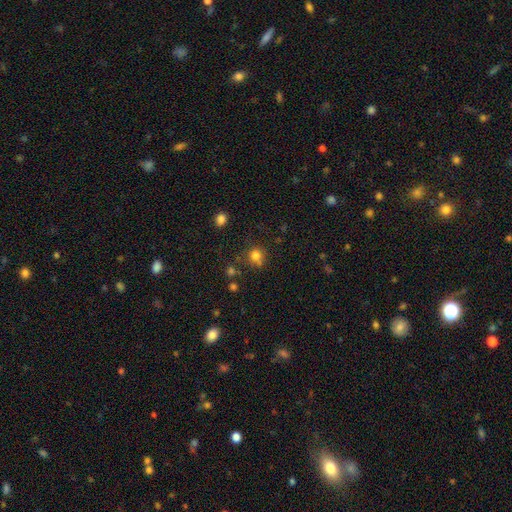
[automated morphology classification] Smooth or featured: smooth — 78% (star or artifact — 15%)
How rounded: round — 84% (in between — 15%)
Merging: none — 65% (minor disturbance — 15%)